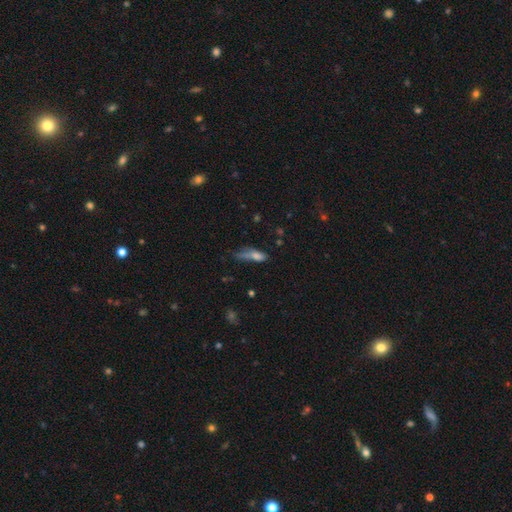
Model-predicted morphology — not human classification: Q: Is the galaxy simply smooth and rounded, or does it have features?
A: smooth — 65%.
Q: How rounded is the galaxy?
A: in between — 50%.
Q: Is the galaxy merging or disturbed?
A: none — 30%.